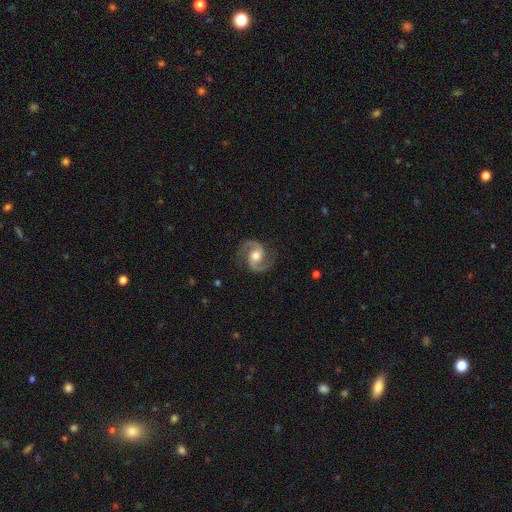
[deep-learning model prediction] A featured or disk galaxy (91%) with no bar (49%), 2 (95%) medium (64%) spiral arms (98%) and a moderate central bulge (65%).

Vote fractions:
- Smooth or featured? featured or disk: 91% / smooth: 4% / star or artifact: 4%
- Edge-on disk? no: 98% / yes: 2%
- Bar? no: 49% / weak: 38% / strong: 13%
- Spiral arms? yes: 98% / no: 2%
- Spiral winding? medium: 64% / loose: 21% / tight: 15%
- Spiral arm count? 2: 95% / can't tell: 1% / 1: 1% / 3: 1% / 4: 1% / more than 4: 1%
- Bulge size? moderate: 65% / large: 21% / small: 10% / none: 2% / dominant: 2%
- Merging? none: 85% / minor disturbance: 11% / major disturbance: 4% / merger: 1%